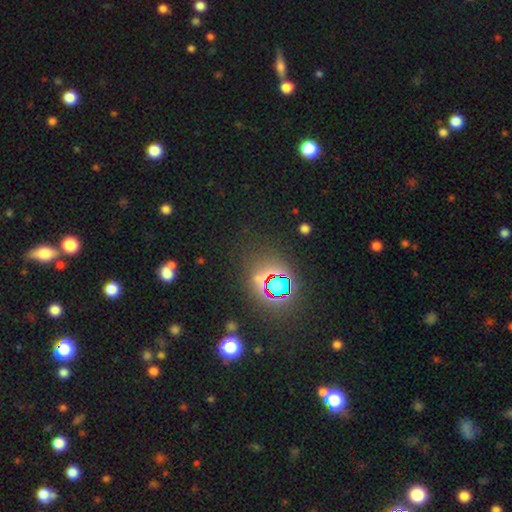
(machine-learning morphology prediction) Smooth or featured: star or artifact — 76% (smooth — 16%)